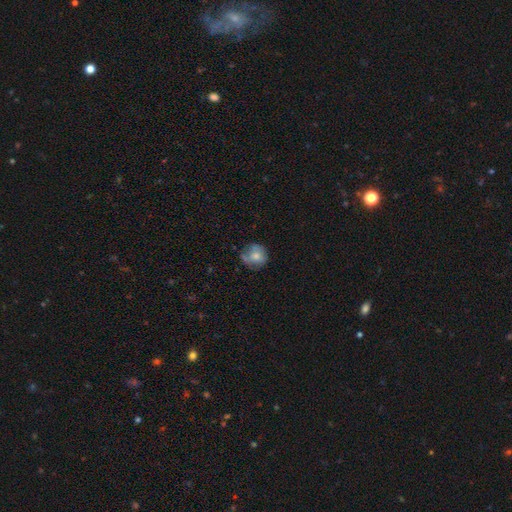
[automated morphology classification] A smooth galaxy with no disk features (62%) that is round (80%). Merging: none (59%).